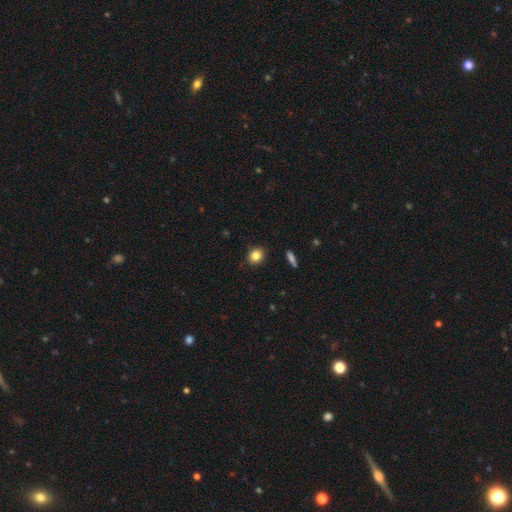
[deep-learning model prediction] smooth-or-featured: smooth: 84% | star or artifact: 10% | featured or disk: 6%
  how-rounded: round: 61% | in between: 38% | cigar-shaped: 1%
  merging: none: 89% | minor disturbance: 8% | major disturbance: 2% | merger: 1%